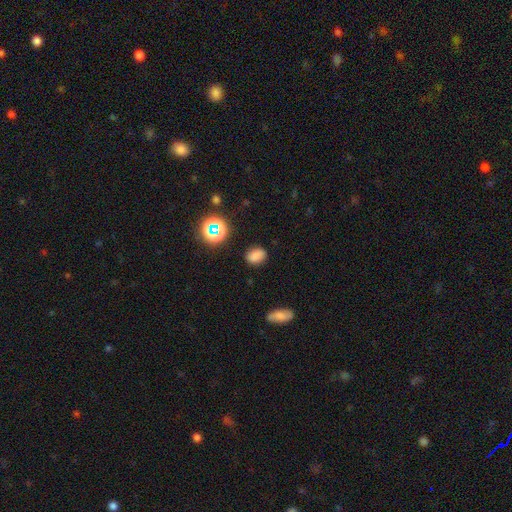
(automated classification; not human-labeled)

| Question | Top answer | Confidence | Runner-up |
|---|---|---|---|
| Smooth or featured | smooth | 78% | star or artifact (16%) |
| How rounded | in between | 66% | round (33%) |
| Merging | none | 83% | minor disturbance (12%) |